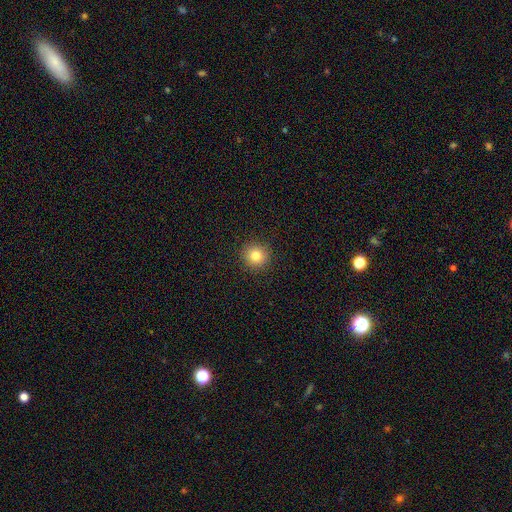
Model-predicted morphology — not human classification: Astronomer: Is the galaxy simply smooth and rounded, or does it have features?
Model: smooth — 82%.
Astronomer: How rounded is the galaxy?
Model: round — 93%.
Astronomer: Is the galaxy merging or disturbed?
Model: none — 92%.